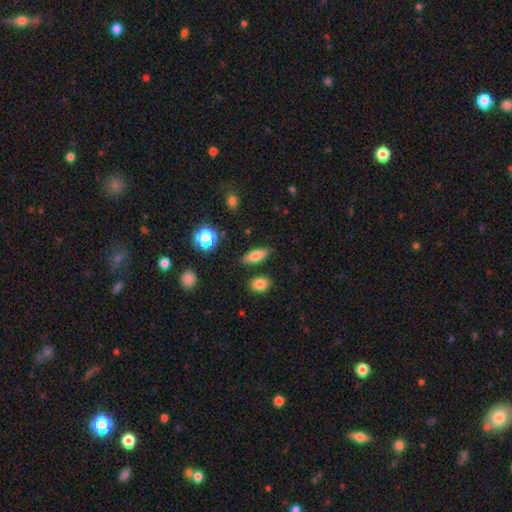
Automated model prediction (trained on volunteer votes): Overall: smooth (76%). How rounded: in between (63%; cigar-shaped 32%). Merging: none (84%).